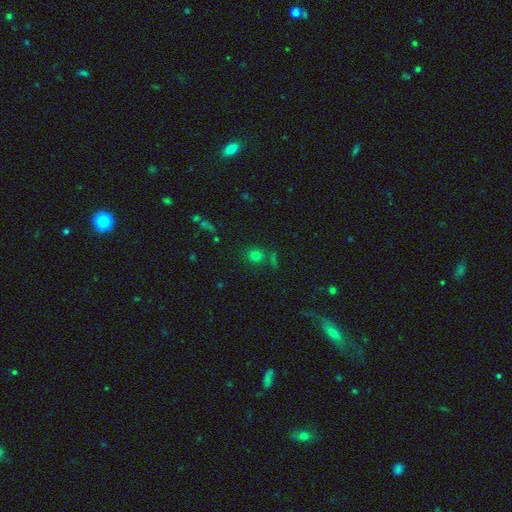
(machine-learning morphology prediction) The model was most divided on "smooth or featured": smooth: 71%, star or artifact: 22%, featured or disk: 7%. More confident: how rounded — round (82%); merging — none (73%).